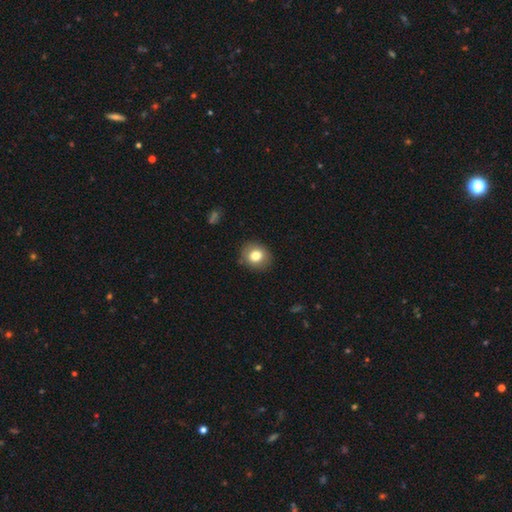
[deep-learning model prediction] Smooth or featured? smooth (80%)
How rounded? round (73%)
Merging? none (86%)